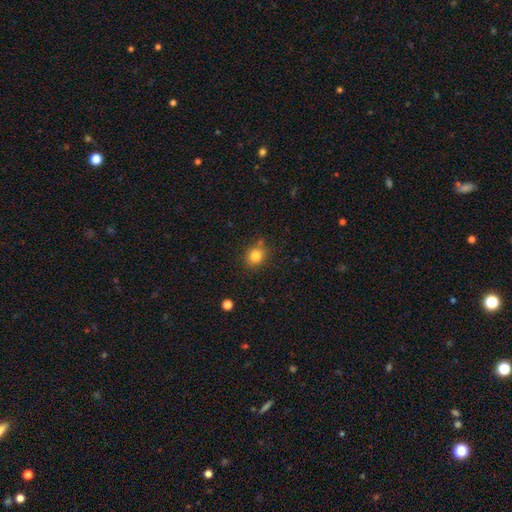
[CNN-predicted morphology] Smooth or featured: smooth — 82% (star or artifact — 12%)
How rounded: round — 76% (in between — 23%)
Merging: none — 78% (minor disturbance — 14%)